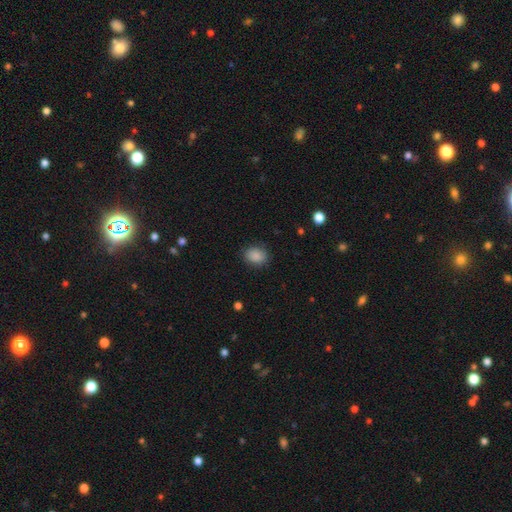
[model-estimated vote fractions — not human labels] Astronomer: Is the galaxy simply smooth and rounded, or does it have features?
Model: smooth — 87%.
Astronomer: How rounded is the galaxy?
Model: in between — 50% (runner-up: round, 49%).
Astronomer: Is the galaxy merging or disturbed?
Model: none — 84%.